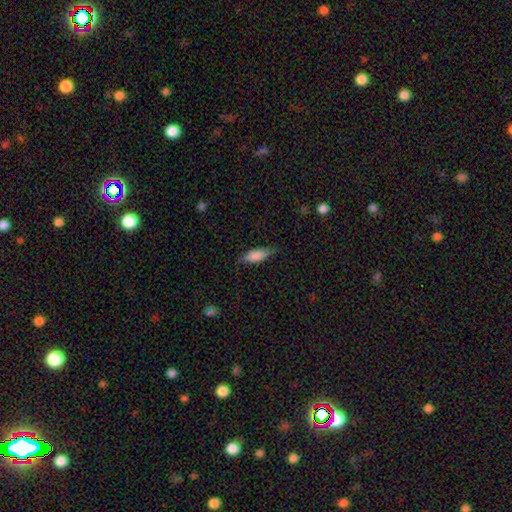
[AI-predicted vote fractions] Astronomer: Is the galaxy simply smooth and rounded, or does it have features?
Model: smooth — 80%.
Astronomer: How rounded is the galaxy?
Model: in between — 60% (runner-up: cigar-shaped, 38%).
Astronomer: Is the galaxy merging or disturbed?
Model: none — 73%.